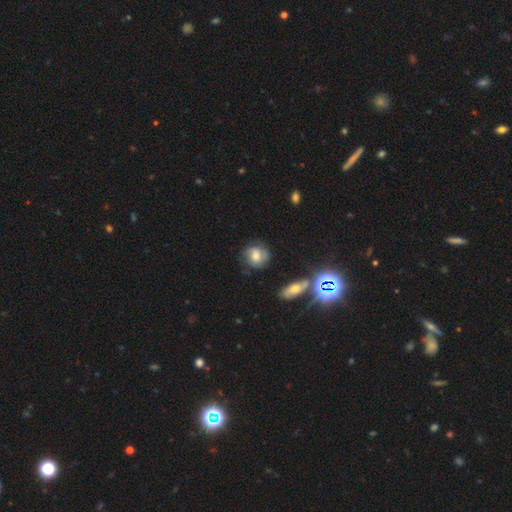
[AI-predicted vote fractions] Morphology: type=smooth (46%); merging=none (72%).